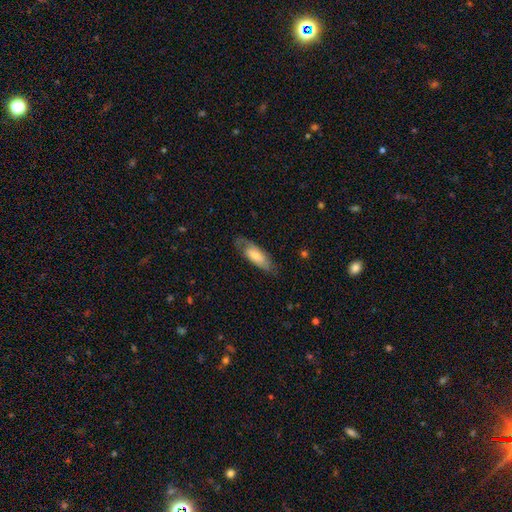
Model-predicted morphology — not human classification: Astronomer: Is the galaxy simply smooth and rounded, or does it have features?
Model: smooth — 56% (runner-up: featured or disk, 38%).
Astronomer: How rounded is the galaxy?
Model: in between — 68%.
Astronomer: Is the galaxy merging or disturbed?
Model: none — 67%.